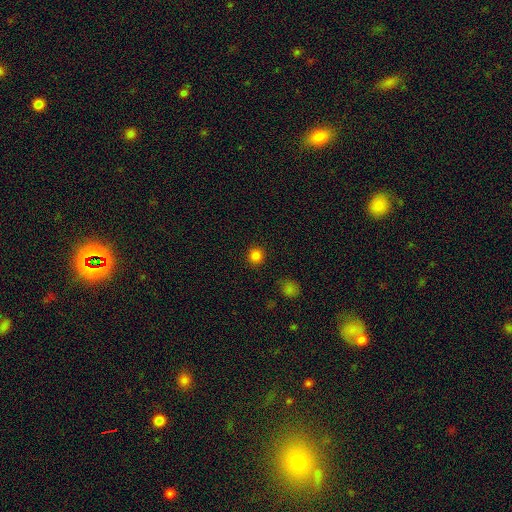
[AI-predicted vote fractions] smooth-or-featured: smooth: 83% | star or artifact: 14% | featured or disk: 4%
  how-rounded: round: 93% | in between: 6% | cigar-shaped: 1%
  merging: none: 91% | minor disturbance: 5% | major disturbance: 2% | merger: 1%